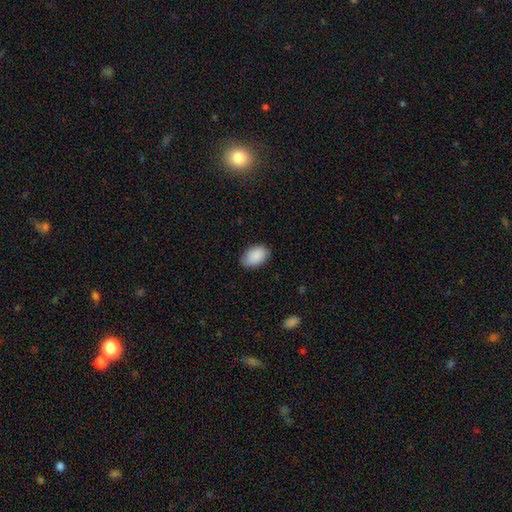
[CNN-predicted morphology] A smooth galaxy with no disk features (90%) that is in between round and cigar-shaped (91%).

Vote fractions:
- Smooth or featured? smooth: 90% / star or artifact: 6% / featured or disk: 4%
- How rounded? in between: 91% / round: 7% / cigar-shaped: 1%
- Merging? none: 83% / minor disturbance: 13% / major disturbance: 3% / merger: 1%